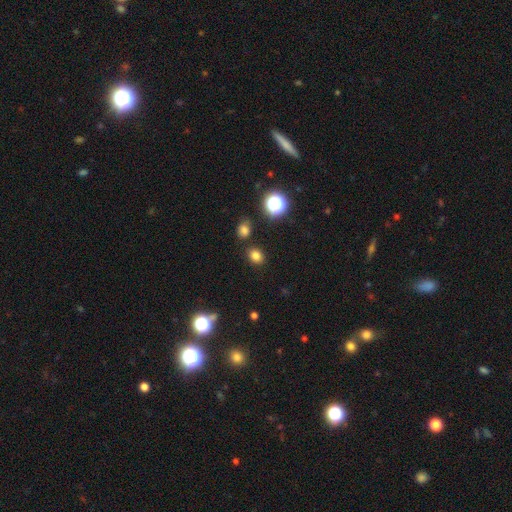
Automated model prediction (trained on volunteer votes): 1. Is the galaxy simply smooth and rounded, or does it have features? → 78% smooth, 17% star or artifact, 6% featured or disk.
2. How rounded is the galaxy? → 50% round, 49% in between, 1% cigar-shaped.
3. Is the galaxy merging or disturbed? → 83% none, 9% minor disturbance, 6% merger, 3% major disturbance.